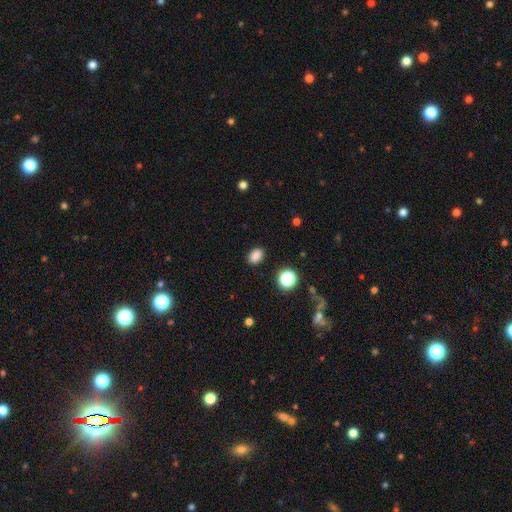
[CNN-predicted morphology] A smooth galaxy with no disk features (84%) that is in between round and cigar-shaped (76%).

Vote fractions:
- Smooth or featured? smooth: 84% / star or artifact: 12% / featured or disk: 4%
- How rounded? in between: 76% / round: 23% / cigar-shaped: 1%
- Merging? none: 88% / minor disturbance: 8% / major disturbance: 2% / merger: 1%